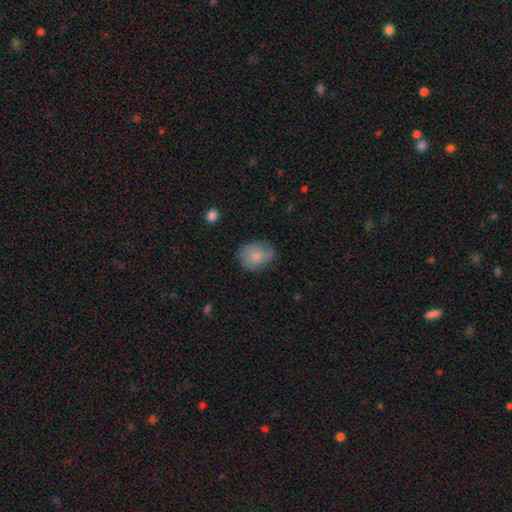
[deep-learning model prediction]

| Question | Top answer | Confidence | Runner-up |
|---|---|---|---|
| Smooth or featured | smooth | 77% | featured or disk (16%) |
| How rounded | in between | 53% | round (46%) |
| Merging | none | 63% | minor disturbance (27%) |